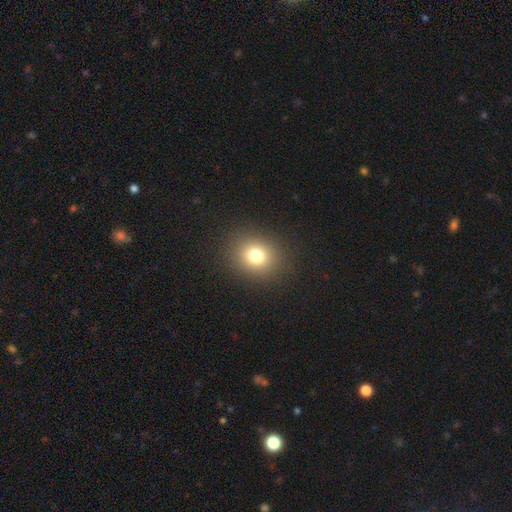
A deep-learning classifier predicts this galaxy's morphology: Smooth or featured: smooth — 77% (star or artifact — 15%)
How rounded: round — 72% (in between — 27%)
Merging: none — 89% (minor disturbance — 7%)